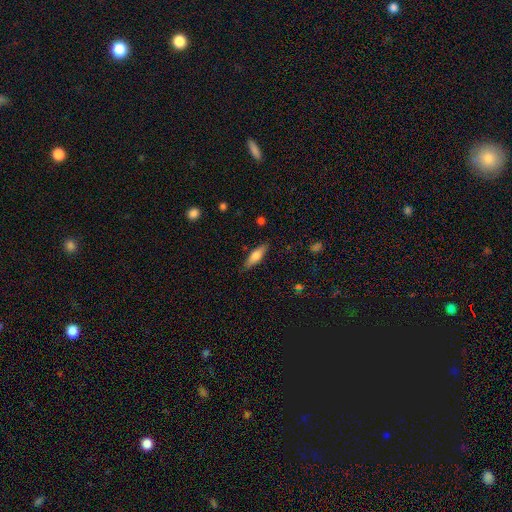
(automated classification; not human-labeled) Overall: smooth (69%). How rounded: cigar-shaped (52%; in between 46%). Merging: none (84%).